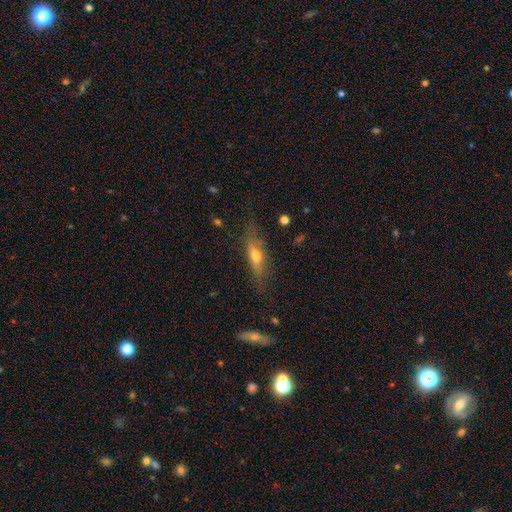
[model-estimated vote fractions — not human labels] This appears to be a featured or disk galaxy (51%) viewed edge-on (85%). Merging: none (74%).